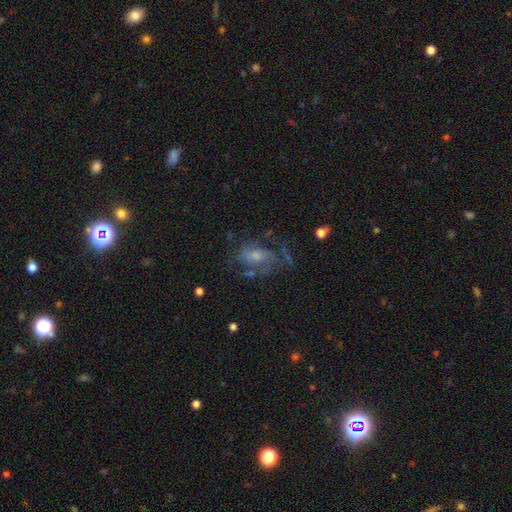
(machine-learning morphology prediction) Q: Smooth or featured?
A: featured or disk (65%); runner-up: smooth (20%)
Q: Edge-on disk?
A: no (95%); runner-up: yes (5%)
Q: Bar?
A: no (59%); runner-up: weak (33%)
Q: Spiral arms?
A: yes (77%); runner-up: no (23%)
Q: Bulge size?
A: small (44%); runner-up: moderate (37%)
Q: Merging?
A: none (52%); runner-up: major disturbance (25%)